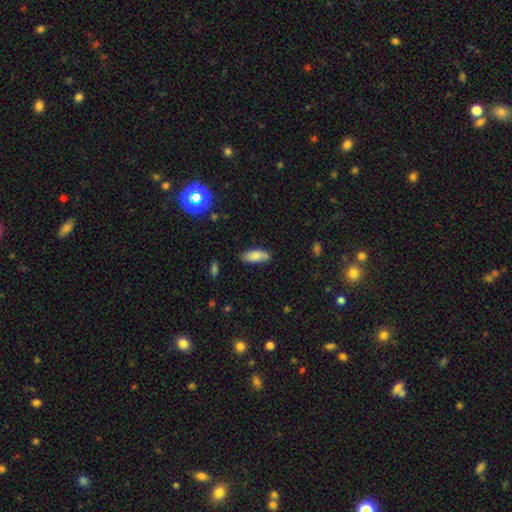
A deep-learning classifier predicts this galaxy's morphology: type=smooth (80%); roundness=in between (83%); merging=none (76%).